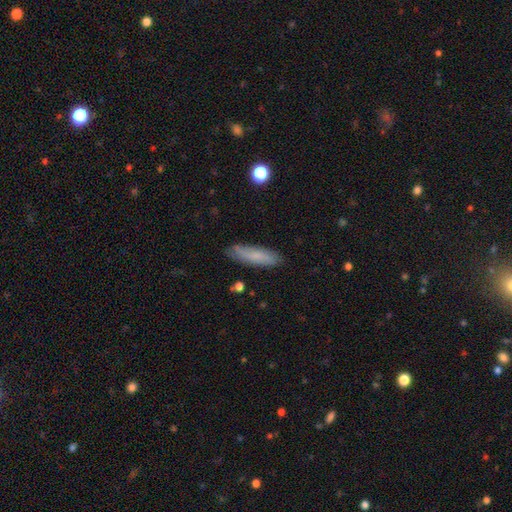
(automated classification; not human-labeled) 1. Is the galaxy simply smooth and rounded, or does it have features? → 73% smooth, 20% featured or disk, 7% star or artifact.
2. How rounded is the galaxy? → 70% cigar-shaped, 28% in between, 2% round.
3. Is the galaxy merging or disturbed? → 84% none, 13% minor disturbance, 2% major disturbance, 1% merger.